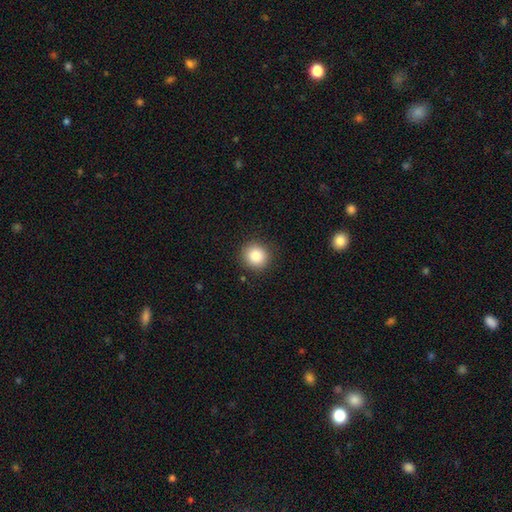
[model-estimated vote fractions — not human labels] Morphology: type=smooth (86%); roundness=round (90%); merging=none (90%).